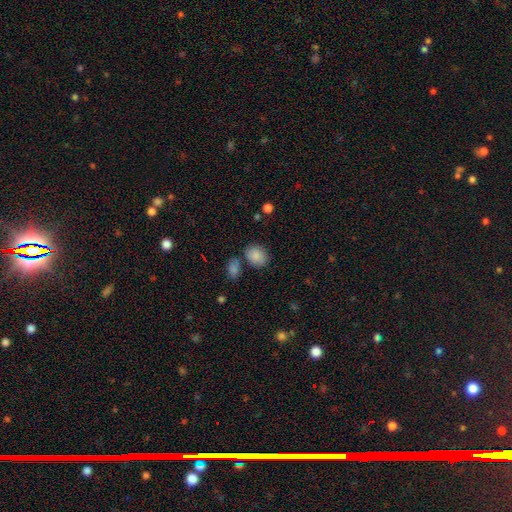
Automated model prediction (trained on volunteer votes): smooth-or-featured: smooth: 85% | star or artifact: 8% | featured or disk: 7%
  how-rounded: in between: 51% | round: 48% | cigar-shaped: 1%
  merging: none: 68% | minor disturbance: 16% | merger: 12% | major disturbance: 5%